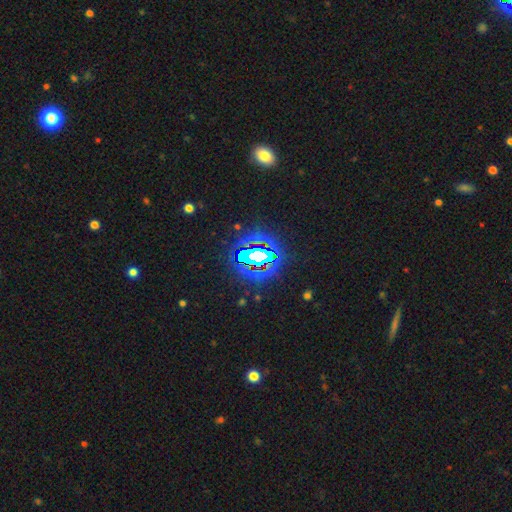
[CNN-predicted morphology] Q: Smooth or featured?
A: star or artifact (68%); runner-up: smooth (17%)